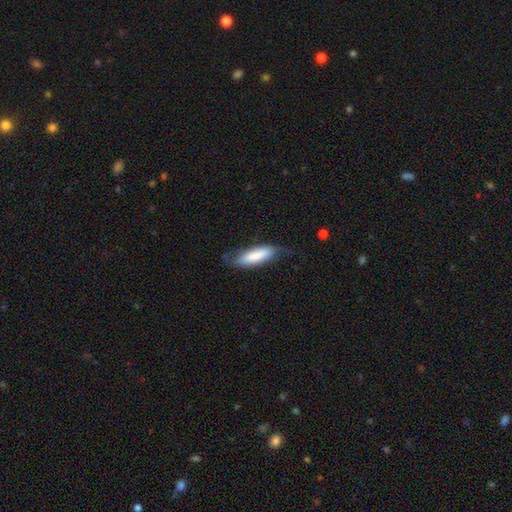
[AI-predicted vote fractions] A smooth galaxy with no disk features (72%) that is cigar-shaped (52%).

Vote fractions:
- Smooth or featured? smooth: 72% / featured or disk: 22% / star or artifact: 6%
- How rounded? cigar-shaped: 52% / in between: 46% / round: 2%
- Merging? none: 59% / minor disturbance: 29% / major disturbance: 11% / merger: 2%